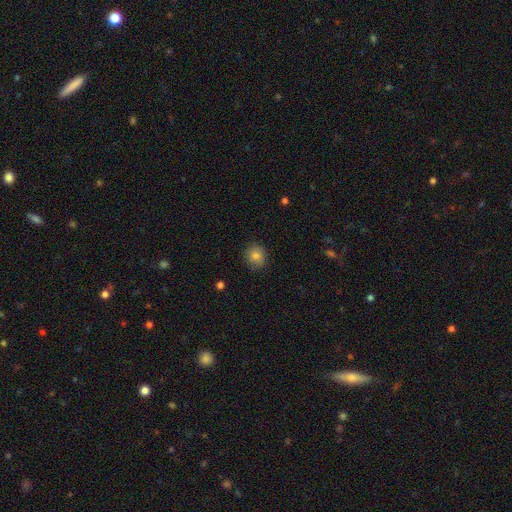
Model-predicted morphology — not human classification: type=smooth (82%); roundness=round (81%); merging=none (84%).